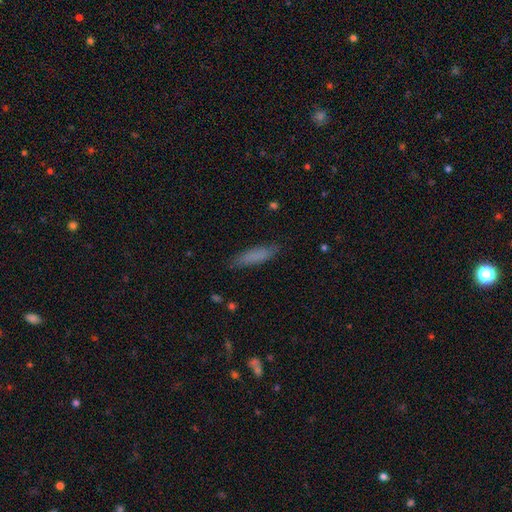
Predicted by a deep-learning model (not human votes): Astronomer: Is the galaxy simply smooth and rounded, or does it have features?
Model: smooth — 79%.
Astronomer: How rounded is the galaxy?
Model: cigar-shaped — 73%.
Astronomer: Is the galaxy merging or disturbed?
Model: none — 83%.